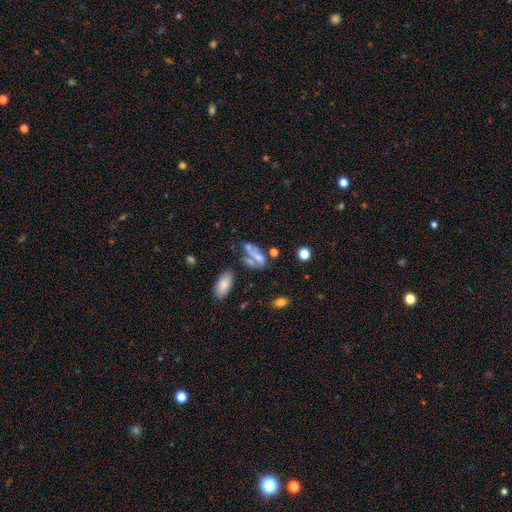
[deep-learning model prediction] This is possibly a smooth galaxy (55%). How rounded: likely in between (69%). Merging: marginally merger (38%).